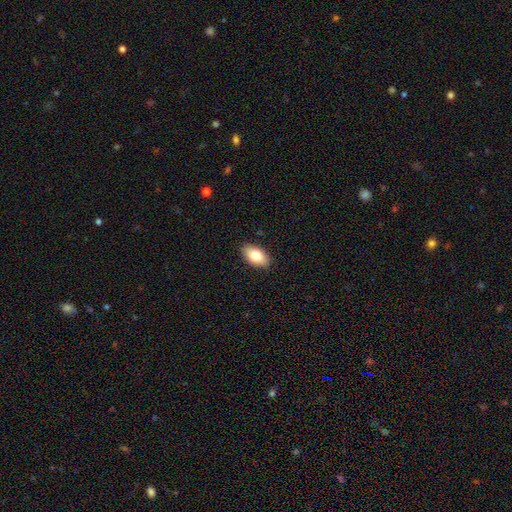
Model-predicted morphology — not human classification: This appears to be a smooth galaxy with no disk features (81%) that is in between round and cigar-shaped (92%). Merging: none (89%).